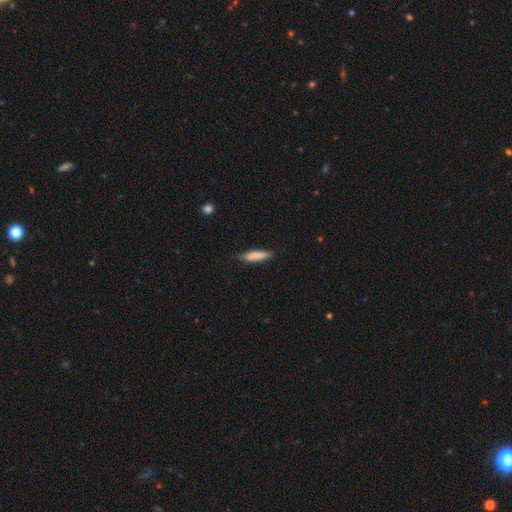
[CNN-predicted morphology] Overall: smooth (85%). How rounded: cigar-shaped (79%). Merging: none (83%).